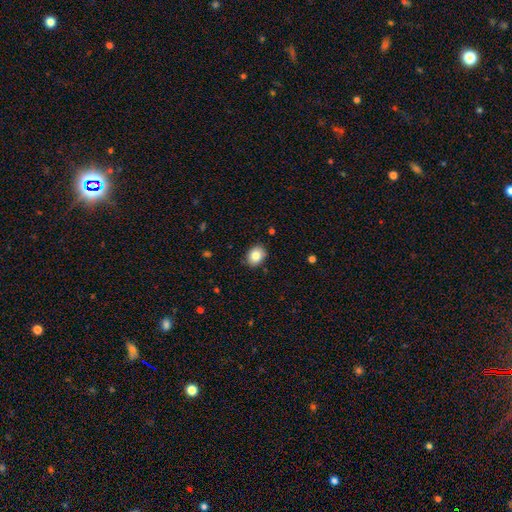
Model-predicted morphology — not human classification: A smooth galaxy with no disk features (83%) that is in between round and cigar-shaped (54%).

Vote fractions:
- Smooth or featured? smooth: 83% / star or artifact: 9% / featured or disk: 8%
- How rounded? in between: 54% / round: 45% / cigar-shaped: 1%
- Merging? none: 87% / minor disturbance: 10% / major disturbance: 2% / merger: 1%